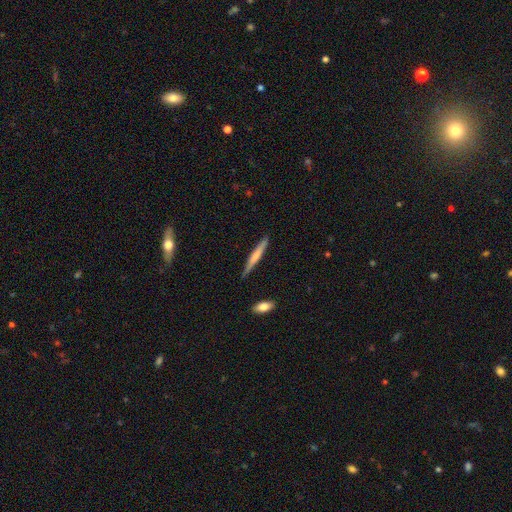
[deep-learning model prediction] Smooth or featured? smooth (59%)
How rounded? cigar-shaped (95%)
Merging? none (86%)